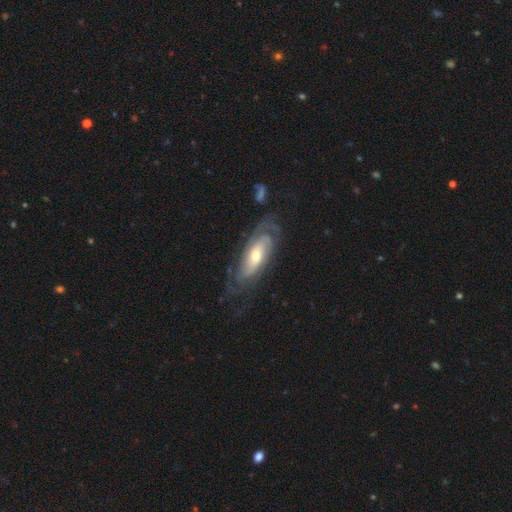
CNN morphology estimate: Q: Smooth or featured?
A: featured or disk (81%); runner-up: smooth (14%)
Q: Edge-on disk?
A: no (88%); runner-up: yes (12%)
Q: Bar?
A: no (61%); runner-up: weak (28%)
Q: Spiral arms?
A: yes (91%); runner-up: no (9%)
Q: Spiral winding?
A: tight (59%); runner-up: medium (30%)
Q: Spiral arm count?
A: can't tell (39%); runner-up: 2 (37%)
Q: Bulge size?
A: moderate (64%); runner-up: small (26%)
Q: Merging?
A: none (66%); runner-up: minor disturbance (19%)